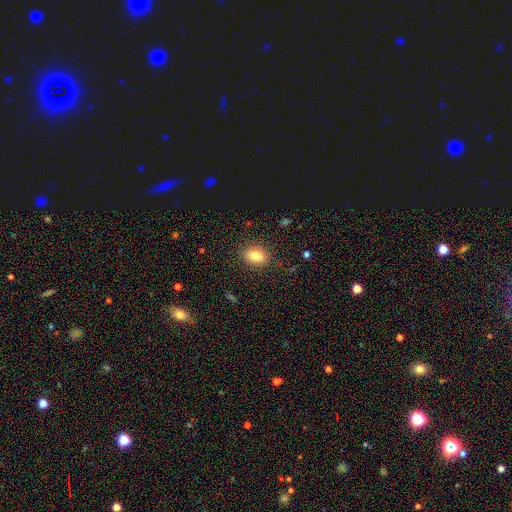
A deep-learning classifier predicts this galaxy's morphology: type=smooth (82%); roundness=in between (69%); merging=none (86%).